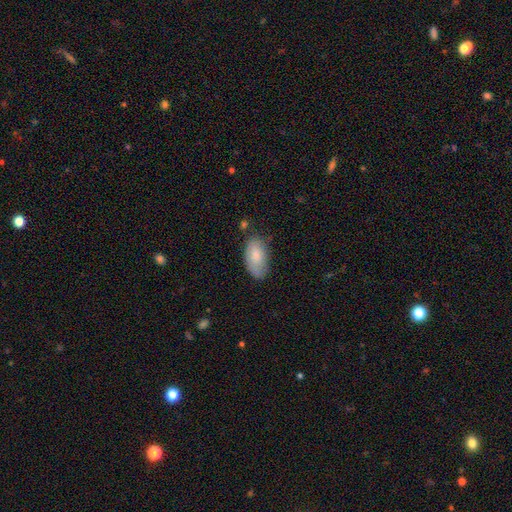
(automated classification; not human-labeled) This appears to be a smooth galaxy with no disk features (81%) that is in between round and cigar-shaped (94%). Merging: none (67%).